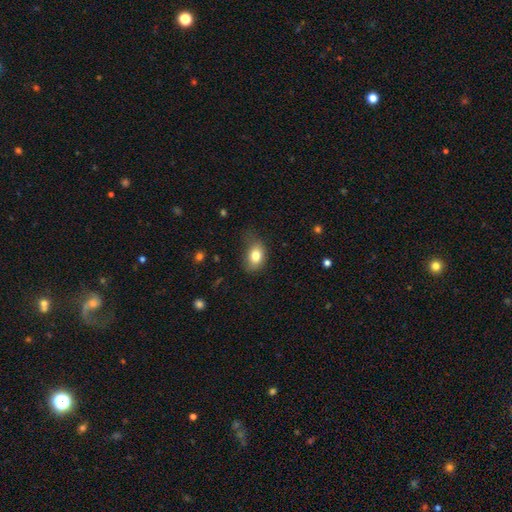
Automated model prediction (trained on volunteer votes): Morphology: type=smooth (80%); roundness=in between (78%); merging=none (53%).